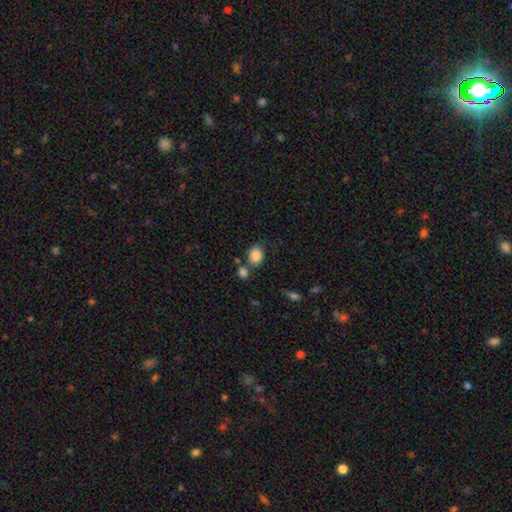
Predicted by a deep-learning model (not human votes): smooth 86%, star or artifact 9%, featured or disk 5%. Down the decision tree: how rounded — in between (56%); merging — none (61%).